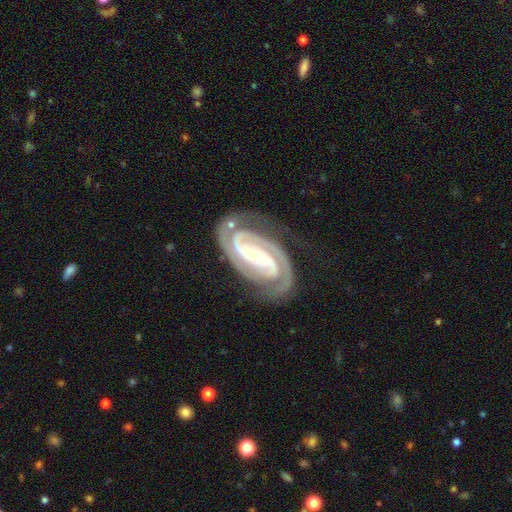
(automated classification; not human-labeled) featured or disk 93%, star or artifact 4%, smooth 3%. Down the decision tree: edge-on disk — no (97%); bar — strong (52%); spiral arms — yes (99%); spiral arm count — 2 (88%); spiral winding — tight (65%); bulge size — small (70%); merging — none (78%).